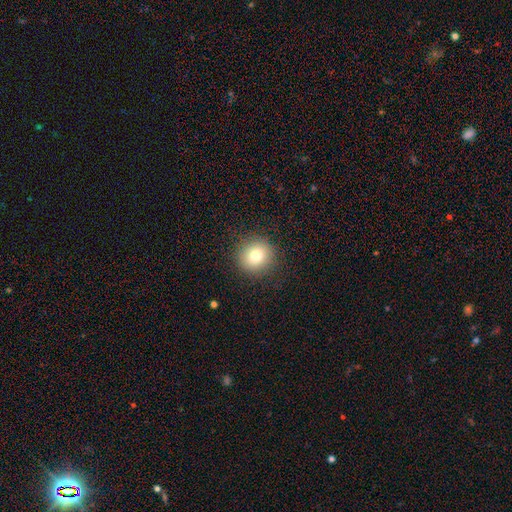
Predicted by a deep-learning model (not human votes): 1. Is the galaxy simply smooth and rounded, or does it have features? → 78% smooth, 12% star or artifact, 10% featured or disk.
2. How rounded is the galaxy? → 90% round, 9% in between, 1% cigar-shaped.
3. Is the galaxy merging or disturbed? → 89% none, 7% minor disturbance, 3% major disturbance, 1% merger.